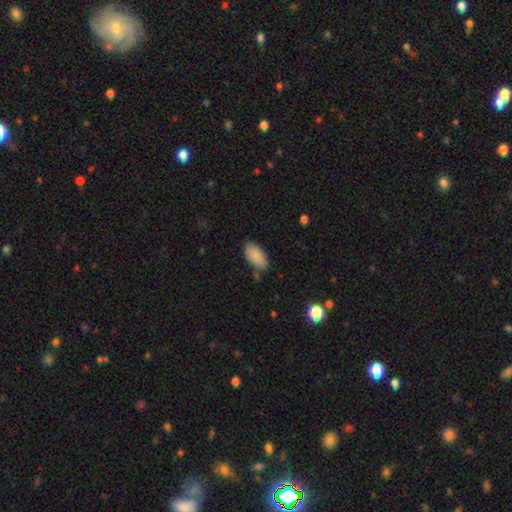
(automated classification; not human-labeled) Q: Smooth or featured?
A: smooth (88%); runner-up: star or artifact (7%)
Q: How rounded?
A: in between (94%); runner-up: cigar-shaped (4%)
Q: Merging?
A: none (76%); runner-up: minor disturbance (17%)